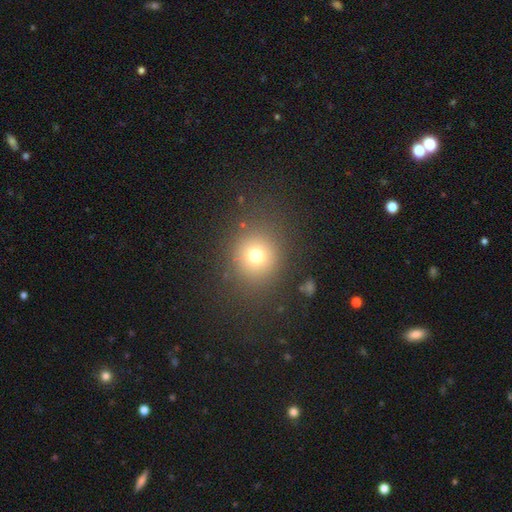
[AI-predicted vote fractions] smooth 73%, star or artifact 17%, featured or disk 10%. Down the decision tree: how rounded — round (88%); merging — none (85%).